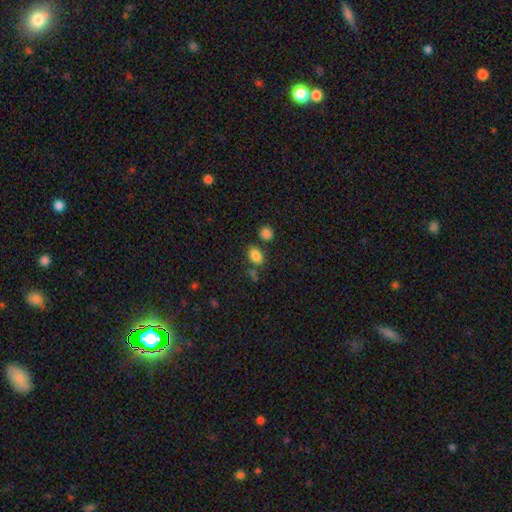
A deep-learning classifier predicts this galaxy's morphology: The model was most divided on "merging": none: 68%, minor disturbance: 14%, merger: 13%, major disturbance: 5%. More confident: smooth or featured — smooth (84%); how rounded — in between (80%).